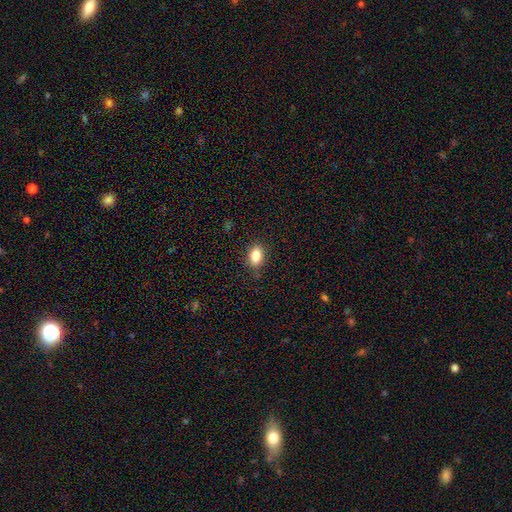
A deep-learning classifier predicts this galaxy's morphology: A smooth galaxy with no disk features (85%) that is in between round and cigar-shaped (84%).

Vote fractions:
- Smooth or featured? smooth: 85% / star or artifact: 9% / featured or disk: 6%
- How rounded? in between: 84% / round: 14% / cigar-shaped: 2%
- Merging? none: 85% / minor disturbance: 12% / major disturbance: 3% / merger: 1%